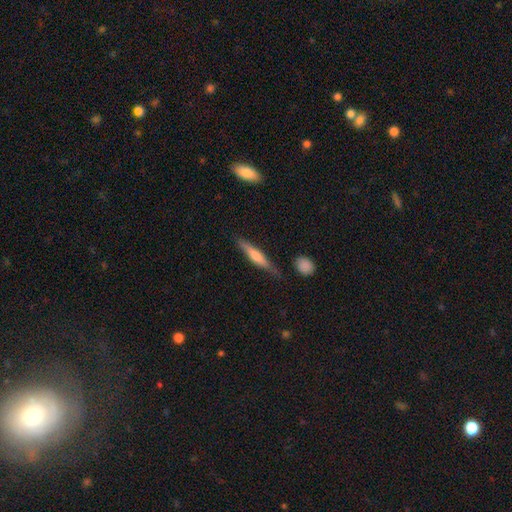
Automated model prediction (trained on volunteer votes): smooth_or_featured: featured or disk (p=0.49) [alt: smooth p=0.45]
merging: none (p=0.76) [alt: minor disturbance p=0.17]